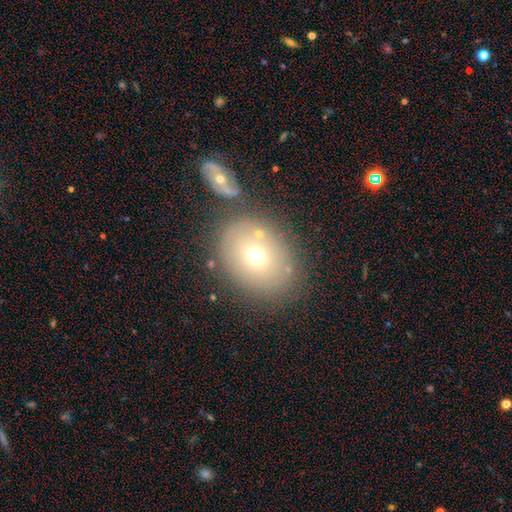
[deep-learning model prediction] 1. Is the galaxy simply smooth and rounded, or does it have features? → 64% smooth, 23% featured or disk, 13% star or artifact.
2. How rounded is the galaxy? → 52% in between, 47% round, 1% cigar-shaped.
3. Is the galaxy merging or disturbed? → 70% none, 13% minor disturbance, 13% merger, 4% major disturbance.